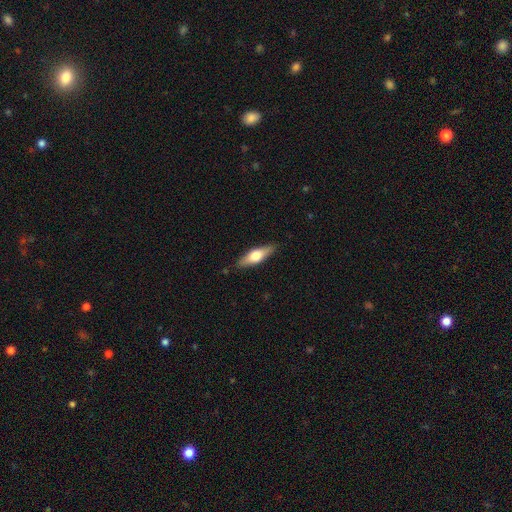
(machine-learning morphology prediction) Smooth or featured: smooth — 52% (featured or disk — 43%)
How rounded: in between — 51% (cigar-shaped — 46%)
Merging: none — 87% (minor disturbance — 10%)